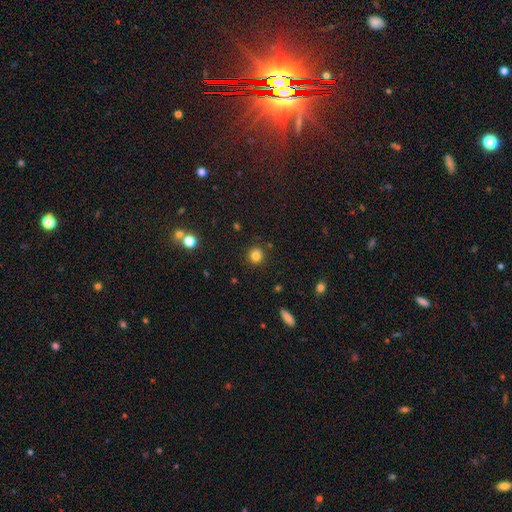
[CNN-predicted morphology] Smooth or featured? Predicted: smooth (p=0.82). How rounded? Predicted: round (p=0.90). Merging? Predicted: none (p=0.88).